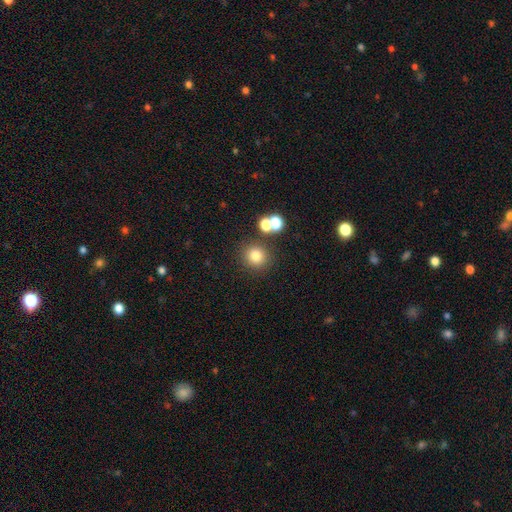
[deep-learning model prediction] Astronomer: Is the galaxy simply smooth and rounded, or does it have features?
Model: smooth — 79%.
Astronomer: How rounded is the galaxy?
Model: round — 90%.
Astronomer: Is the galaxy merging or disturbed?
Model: none — 77%.